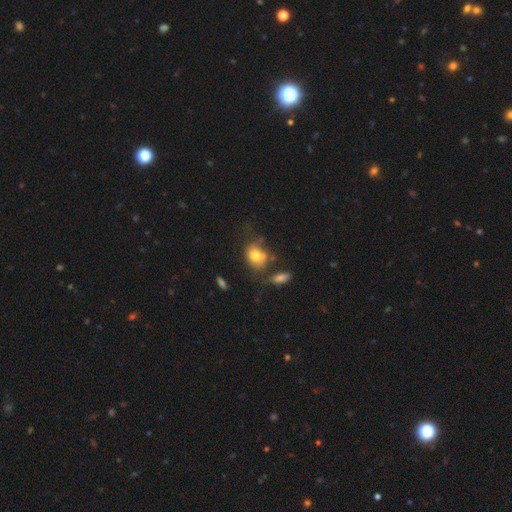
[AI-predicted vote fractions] Smooth or featured?
  - smooth: 75% *
  - featured or disk: 16%
  - star or artifact: 10%
How rounded?
  - in between: 54% *
  - round: 45%
  - cigar-shaped: 1%
Merging?
  - none: 46% *
  - minor disturbance: 22%
  - merger: 21%
  - major disturbance: 11%